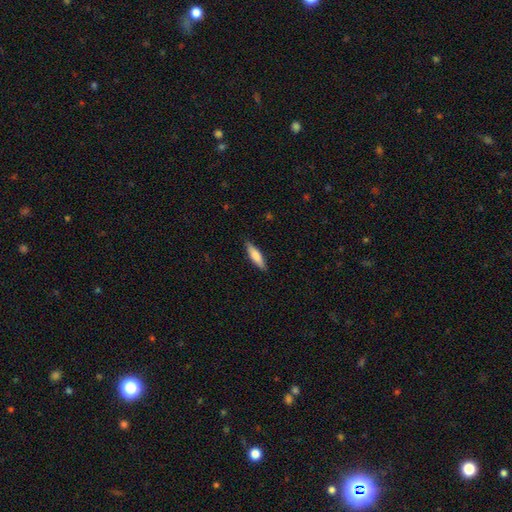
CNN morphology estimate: This is likely a smooth galaxy (78%). How rounded: likely cigar-shaped (62%). Merging: clearly none (86%).